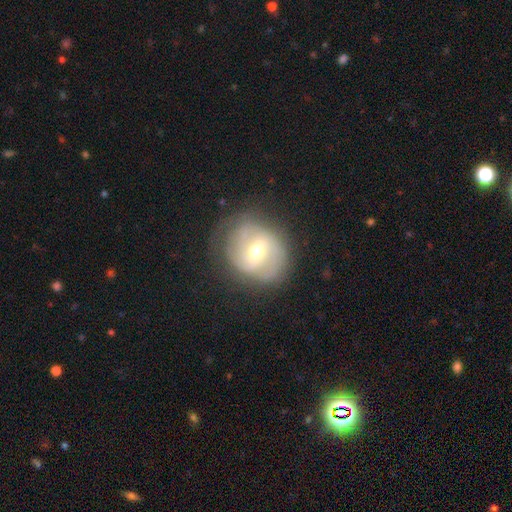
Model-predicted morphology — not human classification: featured or disk 70%, smooth 22%, star or artifact 8%. Down the decision tree: edge-on disk — no (96%); bar — weak (51%); spiral arms — yes (82%); spiral arm count — 2 (63%); spiral winding — medium (41%); bulge size — moderate (57%); merging — none (74%).